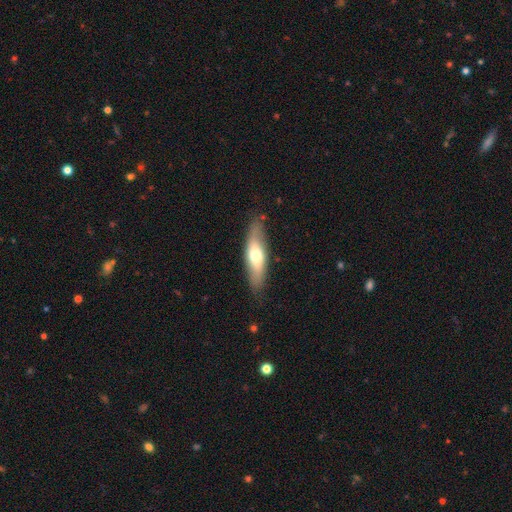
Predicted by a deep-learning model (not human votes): smooth_or_featured: smooth (p=0.58) [alt: featured or disk p=0.36]
how_rounded: cigar-shaped (p=0.53) [alt: in between p=0.45]
merging: none (p=0.82) [alt: minor disturbance p=0.13]